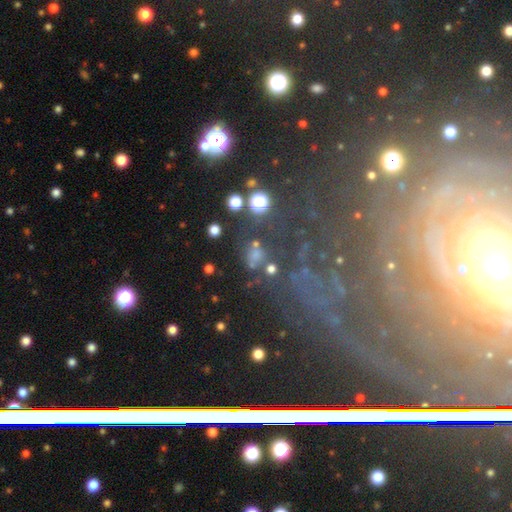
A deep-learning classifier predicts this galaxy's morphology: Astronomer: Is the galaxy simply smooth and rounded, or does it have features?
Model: smooth — 53% (runner-up: star or artifact, 30%).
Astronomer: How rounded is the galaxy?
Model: round — 71%.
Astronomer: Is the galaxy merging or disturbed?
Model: none — 61%.